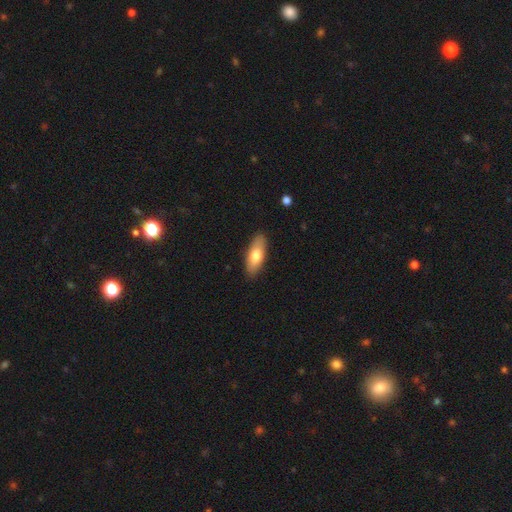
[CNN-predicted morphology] Smooth or featured? smooth (73%)
How rounded? in between (74%)
Merging? none (87%)